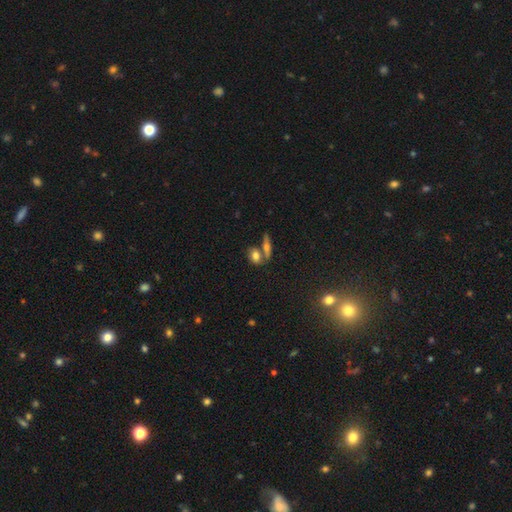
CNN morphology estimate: This appears to be a smooth galaxy with no disk features (69%) that is in between round and cigar-shaped (73%). Merging: none (49%).